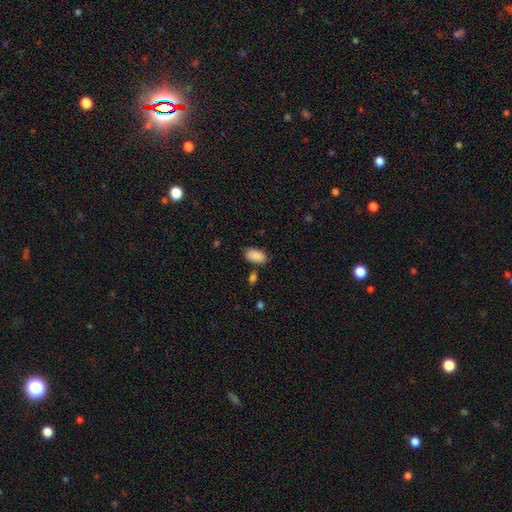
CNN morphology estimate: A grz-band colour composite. It shows a smooth galaxy with no disk features (90%) that is in between round and cigar-shaped (94%). Merging: none (79%).